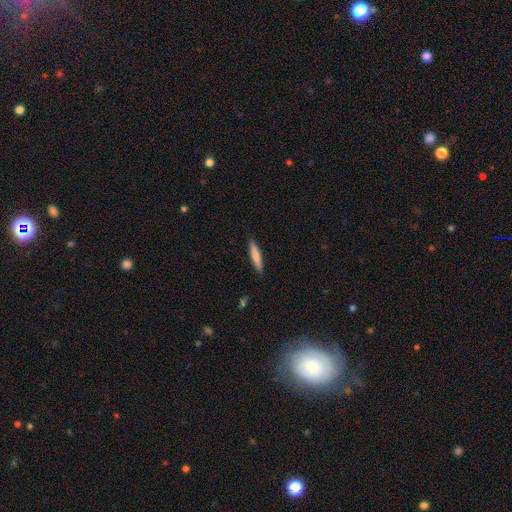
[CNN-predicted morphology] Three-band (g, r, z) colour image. It shows a smooth galaxy with no disk features (77%) that is cigar-shaped (89%). Merging: none (89%).